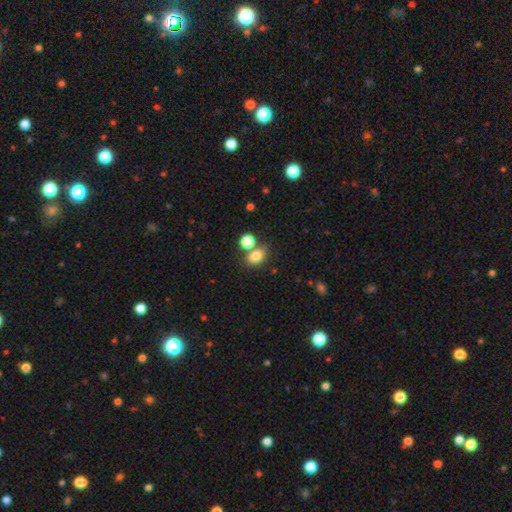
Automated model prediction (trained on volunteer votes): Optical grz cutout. It shows a smooth galaxy with no disk features (80%) that is in between round and cigar-shaped (67%). Merging: none (56%).